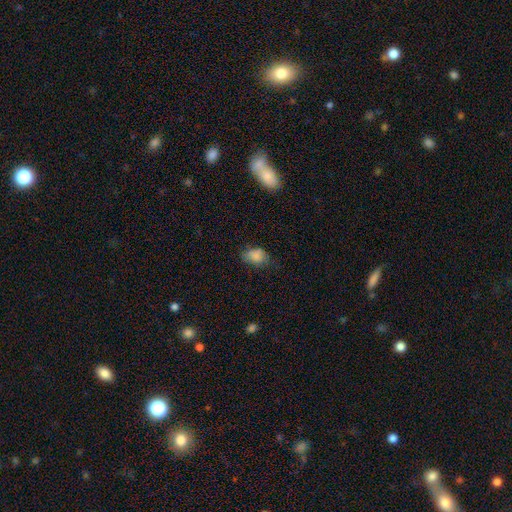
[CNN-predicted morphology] A smooth galaxy with no disk features (81%) that is in between round and cigar-shaped (81%).

Vote fractions:
- Smooth or featured? smooth: 81% / star or artifact: 10% / featured or disk: 9%
- How rounded? in between: 81% / round: 17% / cigar-shaped: 1%
- Merging? none: 54% / minor disturbance: 32% / major disturbance: 12% / merger: 2%